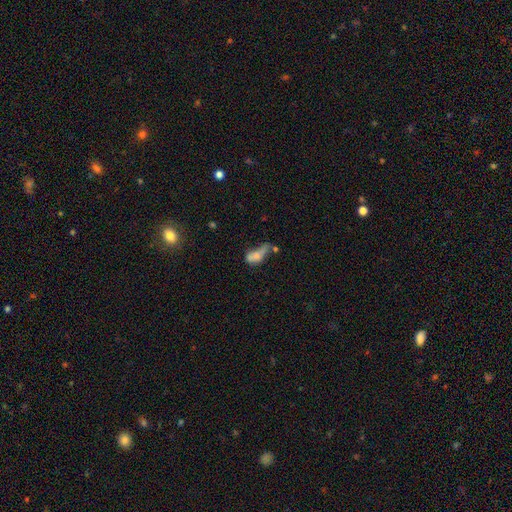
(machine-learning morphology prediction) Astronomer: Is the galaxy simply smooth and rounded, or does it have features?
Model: smooth — 61%.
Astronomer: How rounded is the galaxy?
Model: in between — 77%.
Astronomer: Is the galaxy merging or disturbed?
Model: major disturbance — 32% (runner-up: merger, 28%).